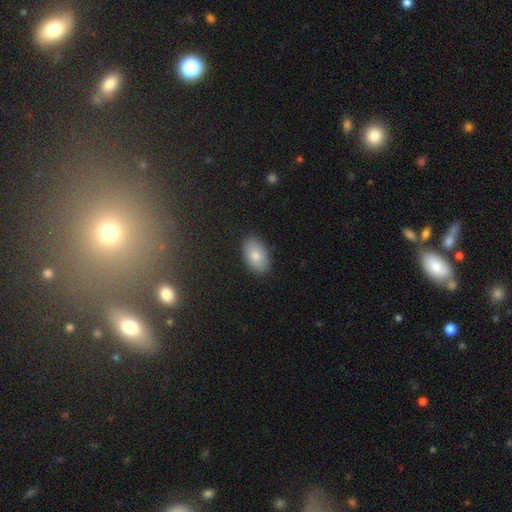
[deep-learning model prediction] Morphology: type=smooth (83%); roundness=in between (94%); merging=none (87%).